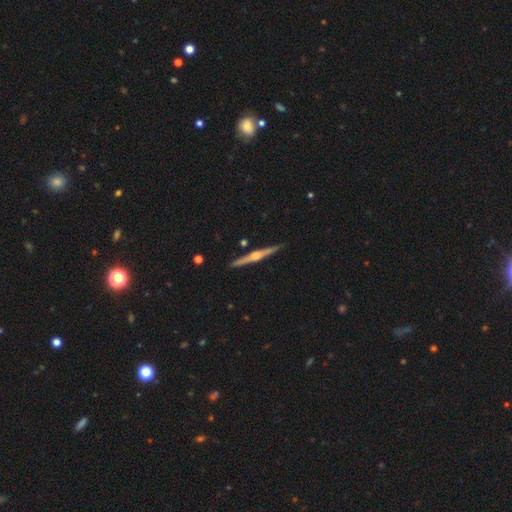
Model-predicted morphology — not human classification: Overall: featured or disk (77%). Edge-on disk: yes (98%). Edge-on bulge: rounded (80%). Merging: none (90%).